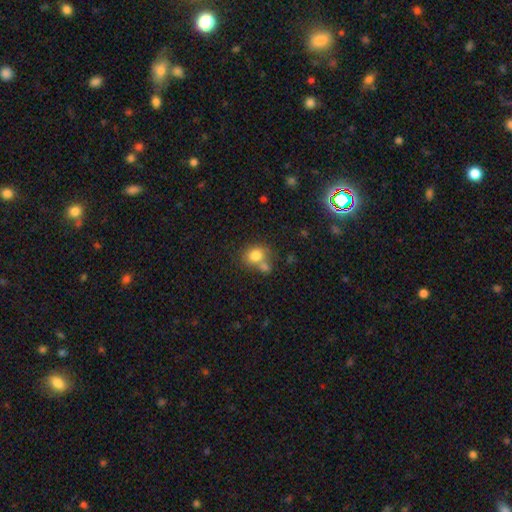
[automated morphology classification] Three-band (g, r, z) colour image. It shows a smooth galaxy with no disk features (79%) that is round (59%). Merging: none (46%).